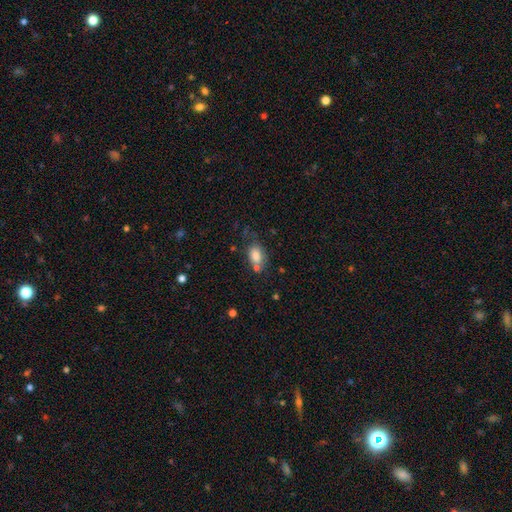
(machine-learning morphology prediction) Smooth or featured? smooth (80%)
How rounded? in between (84%)
Merging? none (53%)